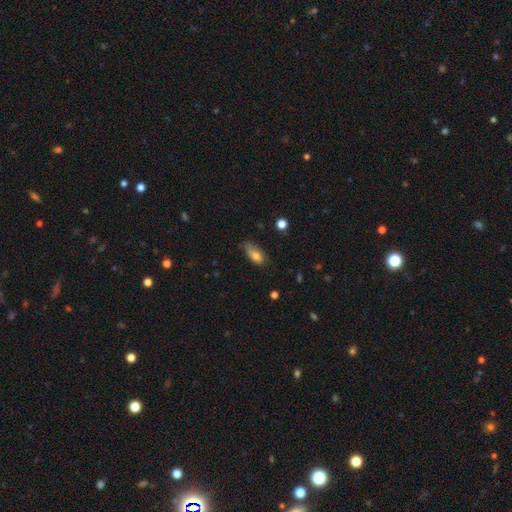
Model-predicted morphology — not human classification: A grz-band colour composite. It shows a smooth galaxy with no disk features (75%) that is in between round and cigar-shaped (84%). Merging: none (46%).